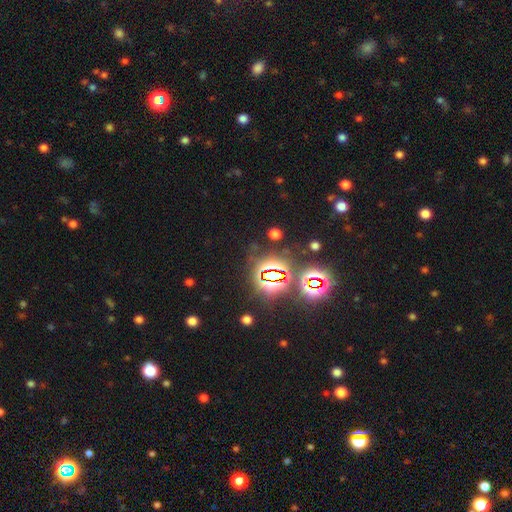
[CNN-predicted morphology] star or artifact 80%, smooth 12%, featured or disk 8%.